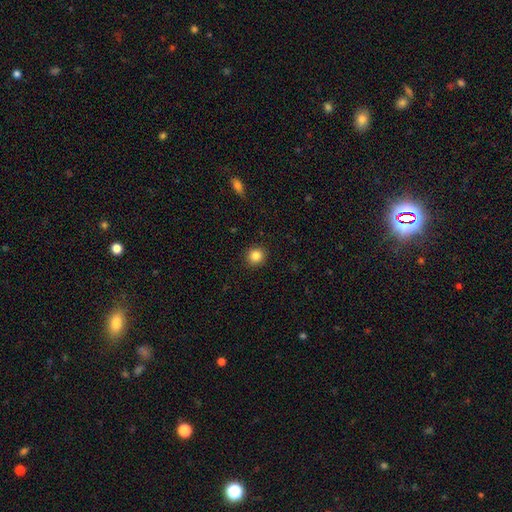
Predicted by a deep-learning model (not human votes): Smooth or featured?
  - smooth: 85% *
  - star or artifact: 11%
  - featured or disk: 5%
How rounded?
  - round: 90% *
  - in between: 9%
  - cigar-shaped: 1%
Merging?
  - none: 92% *
  - minor disturbance: 5%
  - major disturbance: 2%
  - merger: 1%